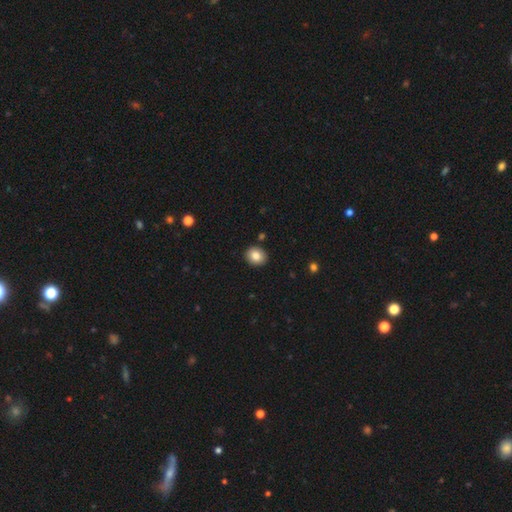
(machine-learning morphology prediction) smooth_or_featured: smooth (p=0.85) [alt: star or artifact p=0.09]
how_rounded: round (p=0.71) [alt: in between p=0.28]
merging: none (p=0.89) [alt: minor disturbance p=0.07]